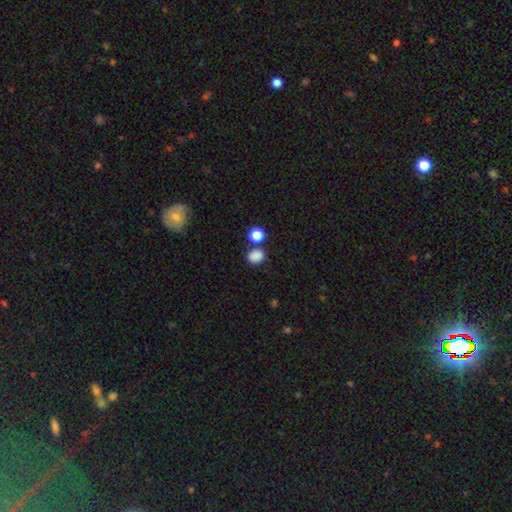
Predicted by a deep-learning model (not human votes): A smooth galaxy with no disk features (85%) that is round (59%). Merging: none (73%).